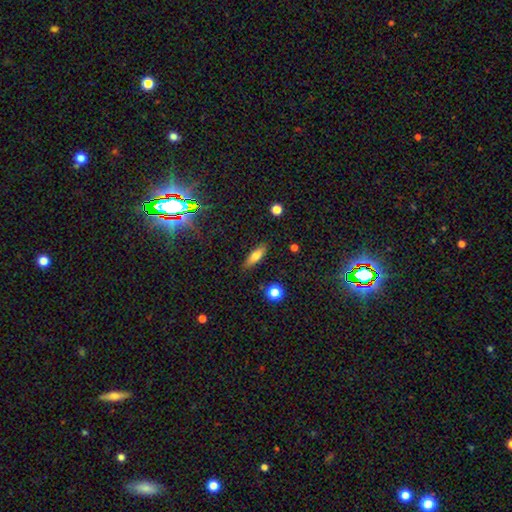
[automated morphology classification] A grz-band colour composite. It shows a smooth galaxy with no disk features (70%) that is in between round and cigar-shaped (50%). Merging: none (85%).